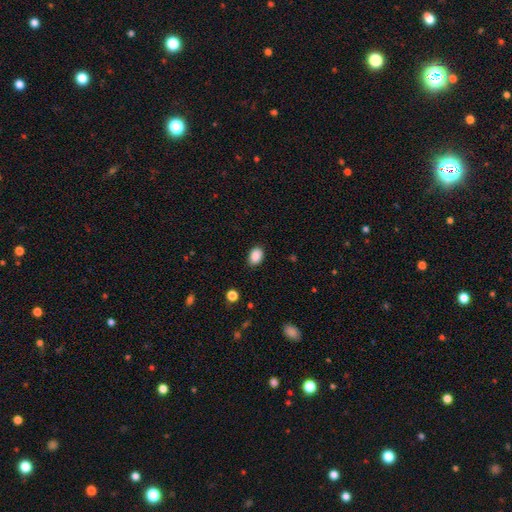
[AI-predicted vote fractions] Overall: smooth (89%). How rounded: in between (82%). Merging: none (86%).